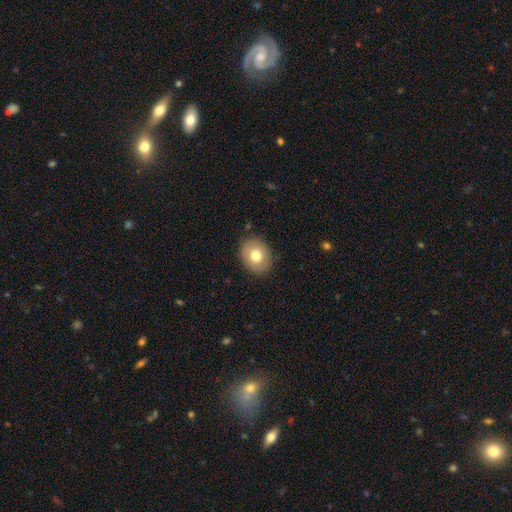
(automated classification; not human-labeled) A smooth galaxy with no disk features (72%) that is round (53%). Merging: none (86%).